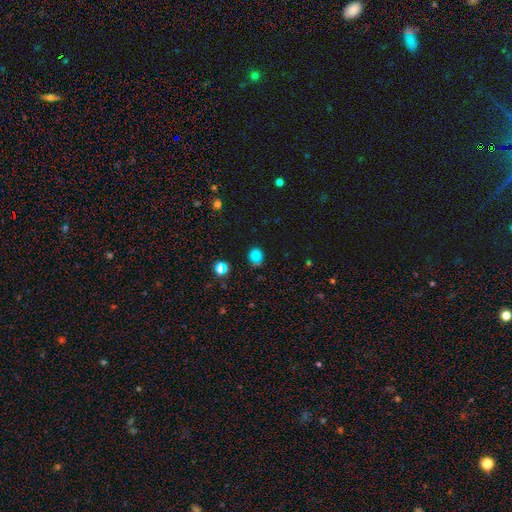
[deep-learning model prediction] This appears to be a smooth galaxy with no disk features (76%) that is round (87%). Merging: none (78%).